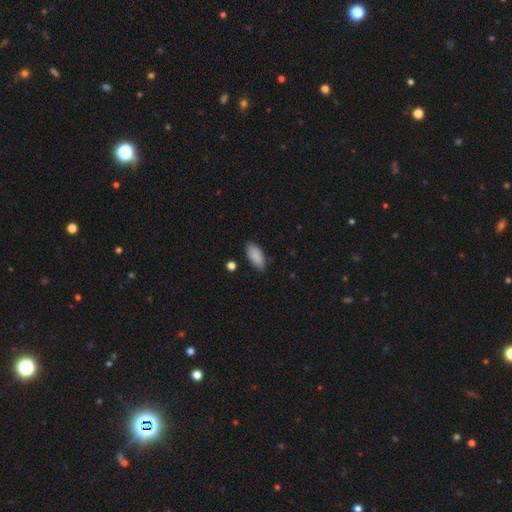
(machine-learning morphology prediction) A smooth galaxy with no disk features (89%) that is in between round and cigar-shaped (89%). Merging: none (80%).